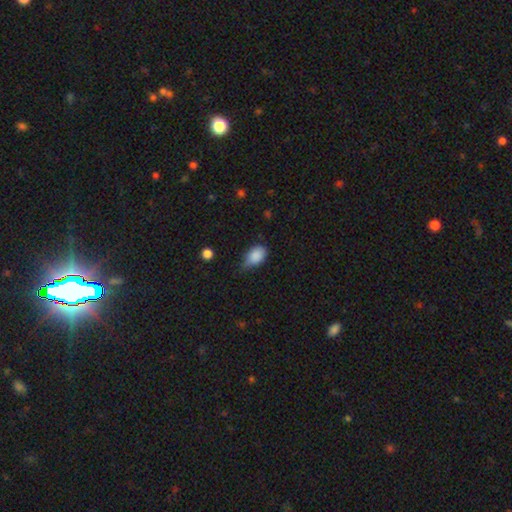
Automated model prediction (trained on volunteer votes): smooth 86%, star or artifact 8%, featured or disk 6%. Down the decision tree: how rounded — in between (83%); merging — minor disturbance (49%).